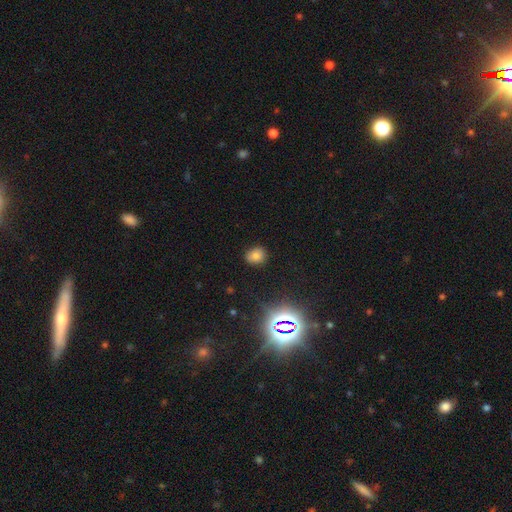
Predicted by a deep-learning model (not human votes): This is likely a smooth galaxy (73%). How rounded: possibly round (58%). Merging: clearly none (83%).